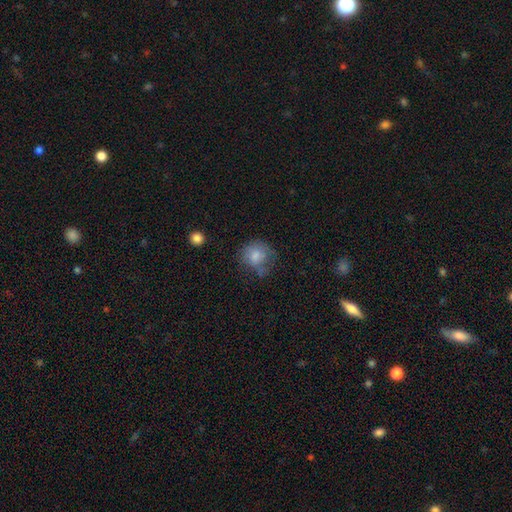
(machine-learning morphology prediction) This appears to be a smooth galaxy with no disk features (75%) that is round (74%). Merging: none (47%).